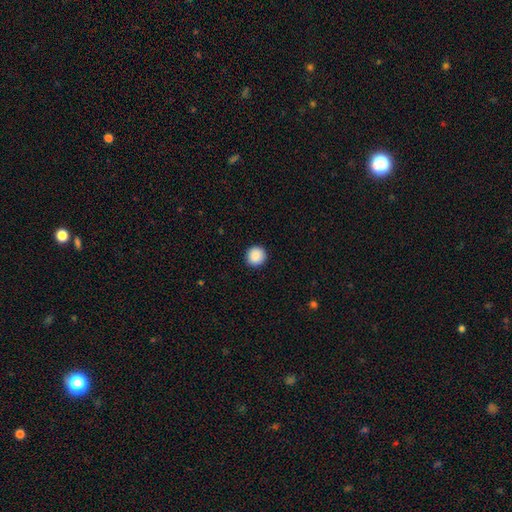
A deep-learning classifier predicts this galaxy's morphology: smooth_or_featured: smooth (p=0.90) [alt: star or artifact p=0.08]
how_rounded: round (p=0.95) [alt: in between p=0.04]
merging: none (p=0.93) [alt: minor disturbance p=0.05]